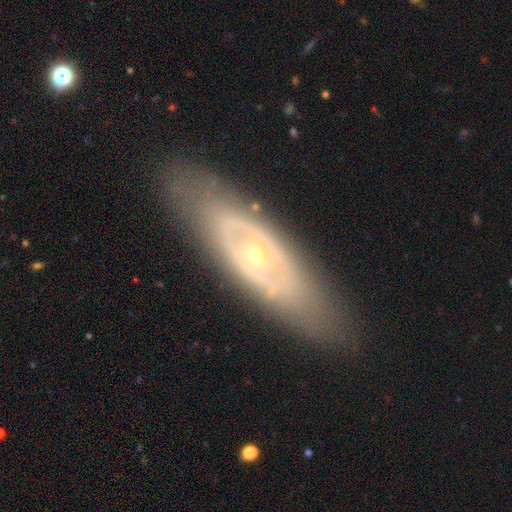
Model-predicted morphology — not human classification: A featured or disk galaxy (73%) with no bar (84%), no spiral arms (77%) and a small central bulge (65%). Merging: none (82%).